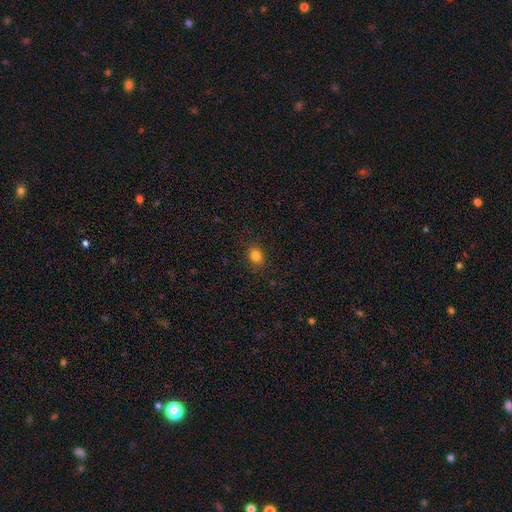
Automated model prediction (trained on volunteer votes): Smooth or featured? Predicted: smooth (p=0.84). How rounded? Predicted: in between (p=0.51). Merging? Predicted: none (p=0.88).